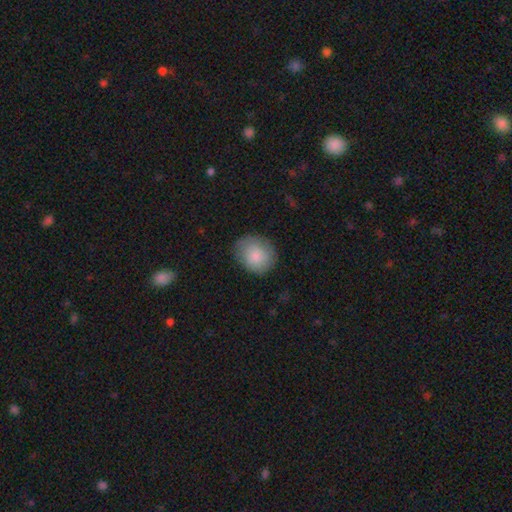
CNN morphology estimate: A smooth galaxy with no disk features (83%) that is round (72%).

Vote fractions:
- Smooth or featured? smooth: 83% / featured or disk: 10% / star or artifact: 7%
- How rounded? round: 72% / in between: 27% / cigar-shaped: 1%
- Merging? none: 79% / minor disturbance: 16% / major disturbance: 4% / merger: 1%